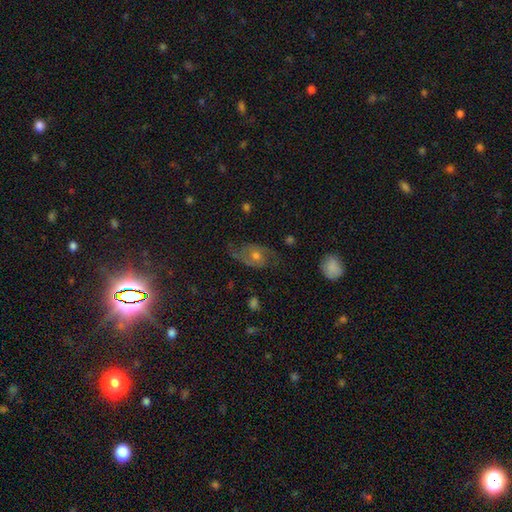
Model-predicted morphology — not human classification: smooth-or-featured: featured or disk: 69% | smooth: 18% | star or artifact: 13%
  disk-edge-on: no: 94% | yes: 6%
    bar: no: 71% | weak: 24% | strong: 5%
    has-spiral-arms: yes: 88% | no: 12%
      spiral-winding: medium: 47% | loose: 32% | tight: 21%
      spiral-arm-count: 2: 84% | can't tell: 8% | 1: 3% | 3: 2% | 4: 1% | more than 4: 1%
    bulge-size: moderate: 65% | small: 24% | large: 7% | none: 2% | dominant: 1%
  merging: none: 65% | minor disturbance: 20% | major disturbance: 13% | merger: 2%